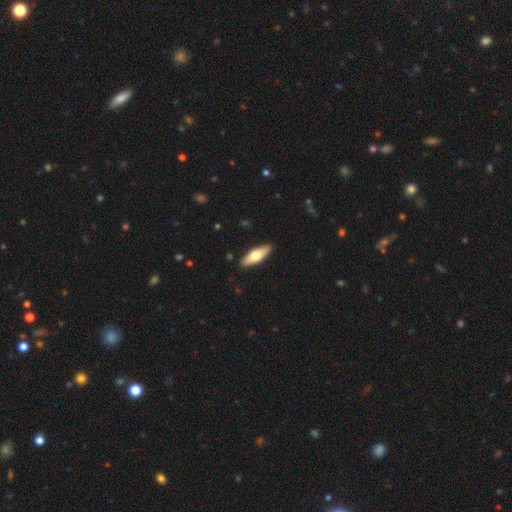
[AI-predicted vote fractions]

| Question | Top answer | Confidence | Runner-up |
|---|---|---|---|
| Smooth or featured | smooth | 57% | featured or disk (38%) |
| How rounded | in between | 56% | cigar-shaped (42%) |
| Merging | none | 90% | minor disturbance (7%) |